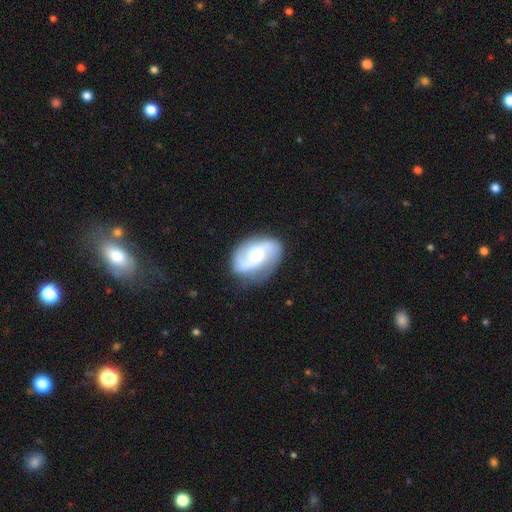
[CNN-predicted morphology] A featured or disk galaxy (82%) with no bar (52%), 2 (91%) medium (48%) spiral arms (96%) and a moderate central bulge (59%). Merging: none (79%).